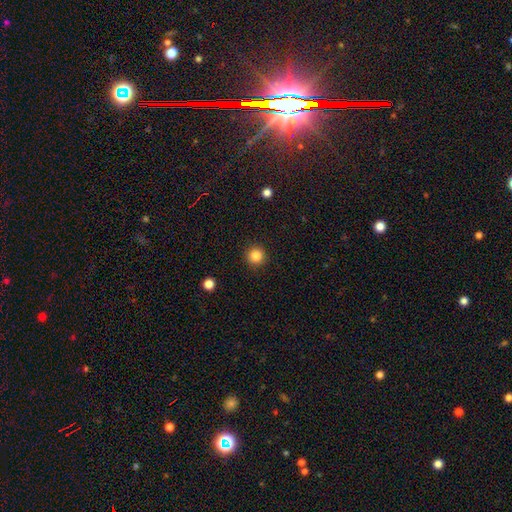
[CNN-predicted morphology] type=smooth (85%); roundness=round (95%); merging=none (92%).